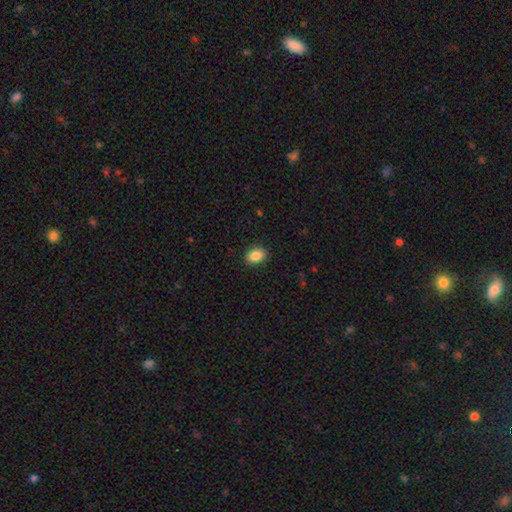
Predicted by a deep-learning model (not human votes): smooth_or_featured: smooth (p=0.87) [alt: star or artifact p=0.08]
how_rounded: in between (p=0.80) [alt: round p=0.19]
merging: none (p=0.89) [alt: minor disturbance p=0.08]